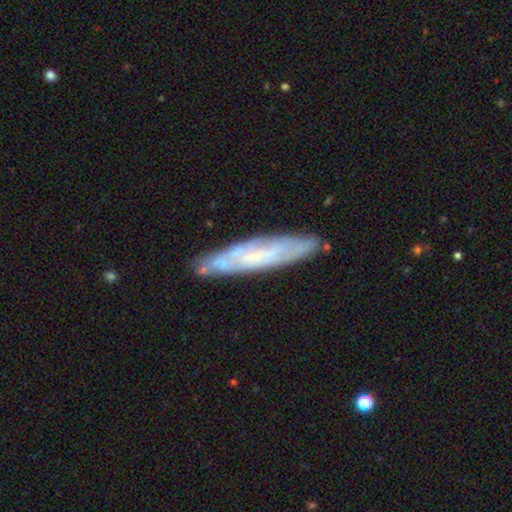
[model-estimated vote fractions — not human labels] Q: Smooth or featured?
A: featured or disk (59%); runner-up: smooth (34%)
Q: Edge-on disk?
A: yes (53%); runner-up: no (47%)
Q: Merging?
A: none (79%); runner-up: minor disturbance (15%)